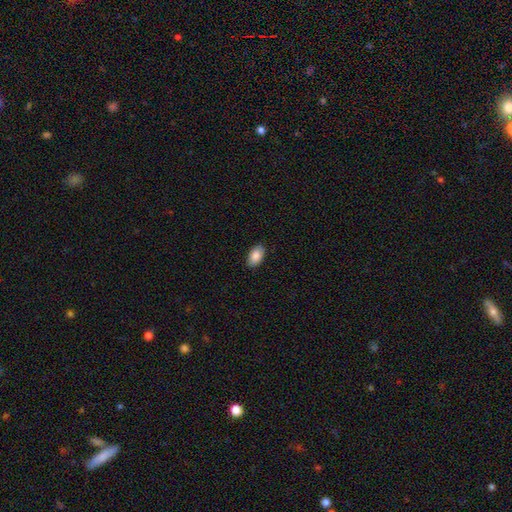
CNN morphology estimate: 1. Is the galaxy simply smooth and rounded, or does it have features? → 87% smooth, 7% star or artifact, 6% featured or disk.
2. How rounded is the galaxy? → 93% in between, 5% round, 1% cigar-shaped.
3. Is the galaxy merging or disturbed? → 88% none, 9% minor disturbance, 2% major disturbance, 1% merger.